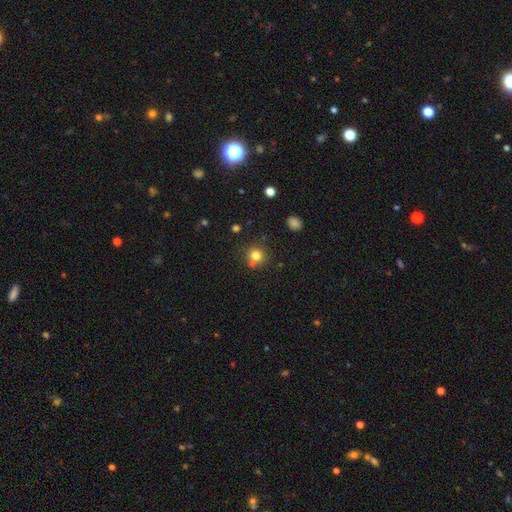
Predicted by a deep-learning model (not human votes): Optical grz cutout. It shows a smooth galaxy with no disk features (78%) that is round (90%). Merging: none (71%).